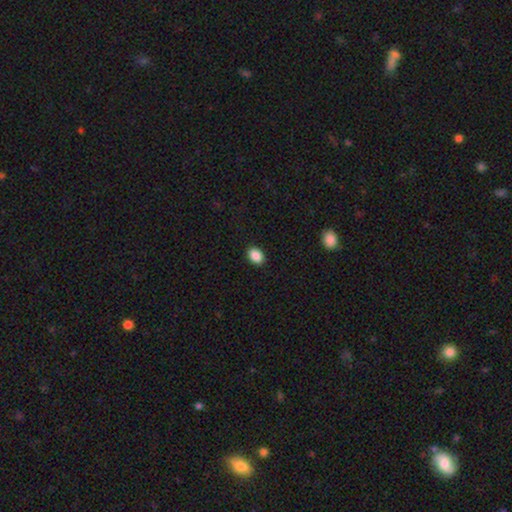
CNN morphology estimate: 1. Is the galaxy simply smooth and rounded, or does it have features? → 89% smooth, 8% star or artifact, 3% featured or disk.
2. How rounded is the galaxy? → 78% in between, 21% round, 1% cigar-shaped.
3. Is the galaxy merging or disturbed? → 90% none, 7% minor disturbance, 2% major disturbance, 1% merger.